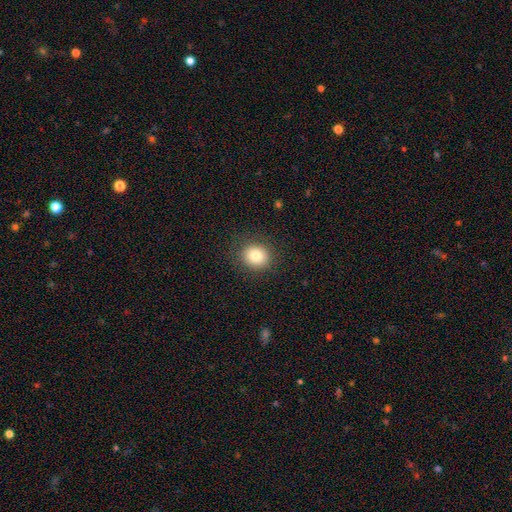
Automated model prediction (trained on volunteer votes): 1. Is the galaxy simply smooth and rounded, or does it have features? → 83% smooth, 10% star or artifact, 7% featured or disk.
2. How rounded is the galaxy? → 80% round, 20% in between, 1% cigar-shaped.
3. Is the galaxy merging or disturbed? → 89% none, 8% minor disturbance, 3% major disturbance, 1% merger.